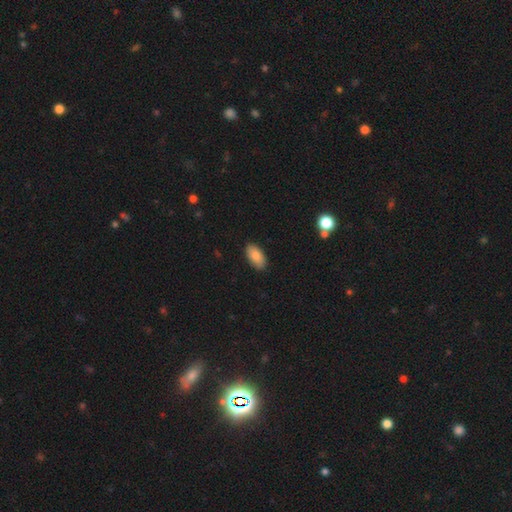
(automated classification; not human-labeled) The model was most divided on "smooth or featured": smooth: 85%, featured or disk: 8%, star or artifact: 7%. More confident: how rounded — in between (94%); merging — none (88%).